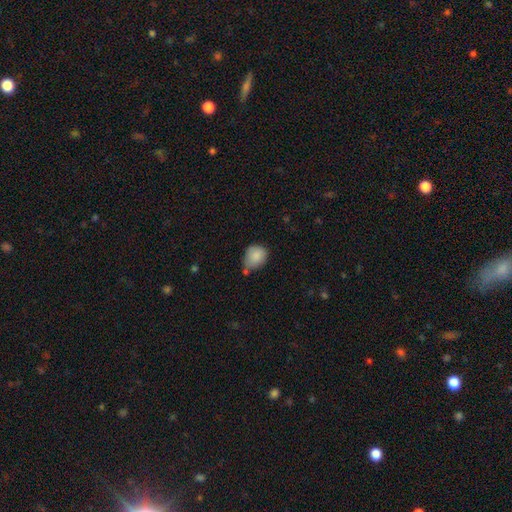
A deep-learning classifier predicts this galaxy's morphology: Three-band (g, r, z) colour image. It shows a smooth galaxy with no disk features (86%) that is round (66%). Merging: none (50%).